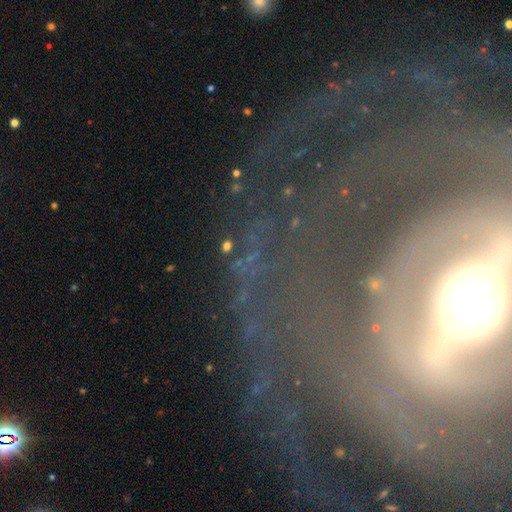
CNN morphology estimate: A featured or disk galaxy (84%) with a strong bar (53%), 2 (36%) tight (59%) spiral arms (78%) and a moderate central bulge (49%). Merging: none (68%).